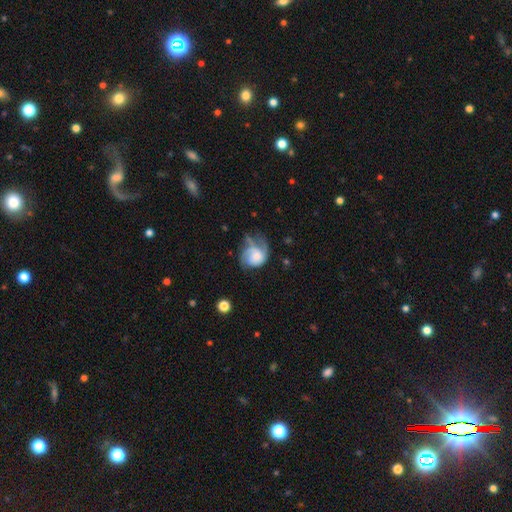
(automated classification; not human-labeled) Overall: featured or disk (59%; smooth 33%). Edge-on disk: no (98%). Bar: no (75%). Spiral arms: yes (83%). Bulge size: moderate (26%, tied with small). Merging: major disturbance (37%; none 31%).